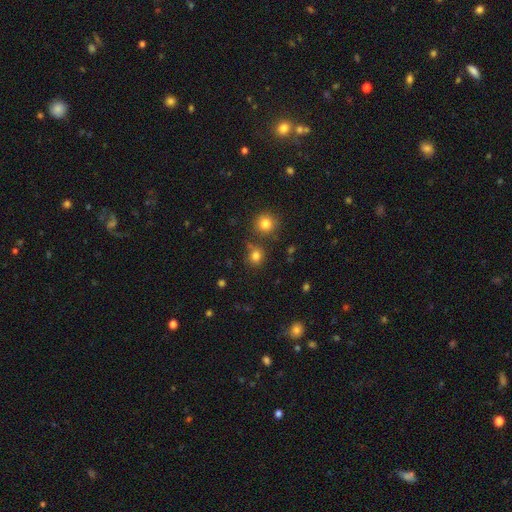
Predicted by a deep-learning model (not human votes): smooth-or-featured: smooth: 80% | star or artifact: 15% | featured or disk: 6%
  how-rounded: round: 81% | in between: 18% | cigar-shaped: 1%
  merging: none: 75% | merger: 11% | minor disturbance: 10% | major disturbance: 4%